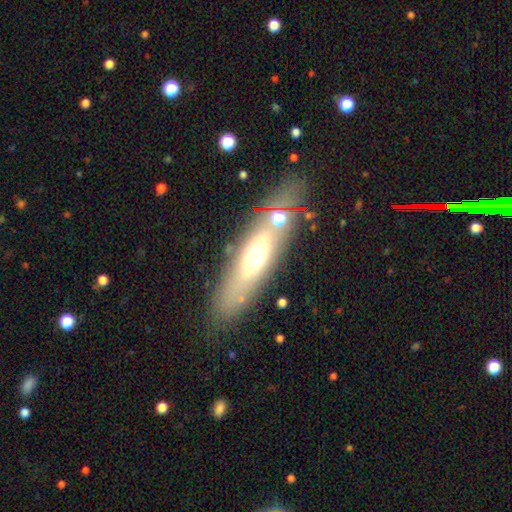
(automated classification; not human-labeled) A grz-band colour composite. It shows a smooth galaxy with no disk features (47%). Merging: none (79%).